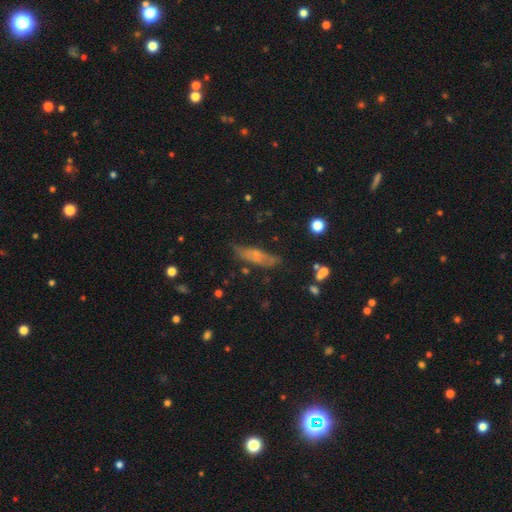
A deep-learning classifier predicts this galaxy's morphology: Smooth or featured? smooth (60%)
How rounded? cigar-shaped (59%)
Merging? none (67%)